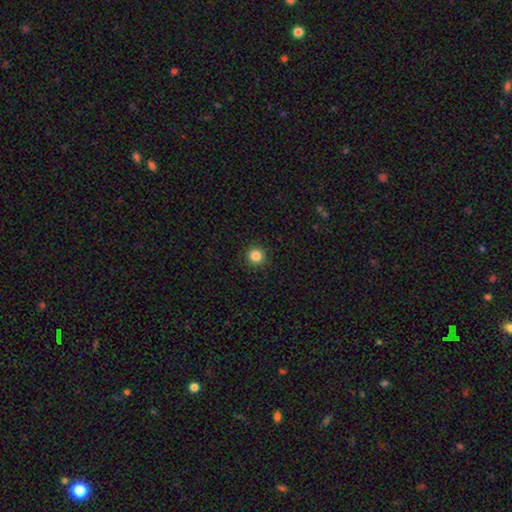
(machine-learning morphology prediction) smooth-or-featured: smooth: 85% | star or artifact: 11% | featured or disk: 4%
  how-rounded: round: 95% | in between: 4% | cigar-shaped: 1%
  merging: none: 92% | minor disturbance: 5% | major disturbance: 2% | merger: 1%